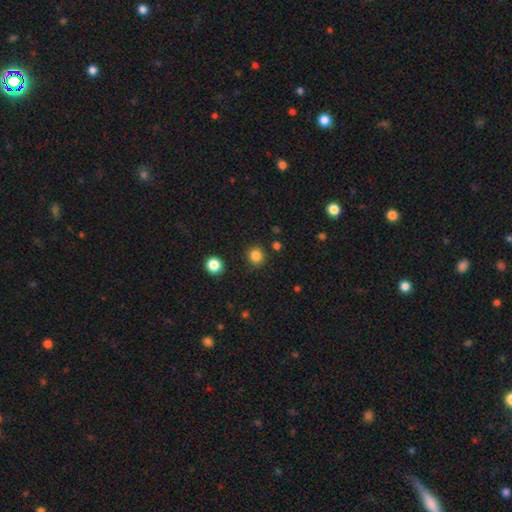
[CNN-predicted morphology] Smooth or featured?
  - smooth: 84% *
  - star or artifact: 13%
  - featured or disk: 4%
How rounded?
  - round: 90% *
  - in between: 9%
  - cigar-shaped: 1%
Merging?
  - none: 89% *
  - minor disturbance: 7%
  - major disturbance: 2%
  - merger: 2%